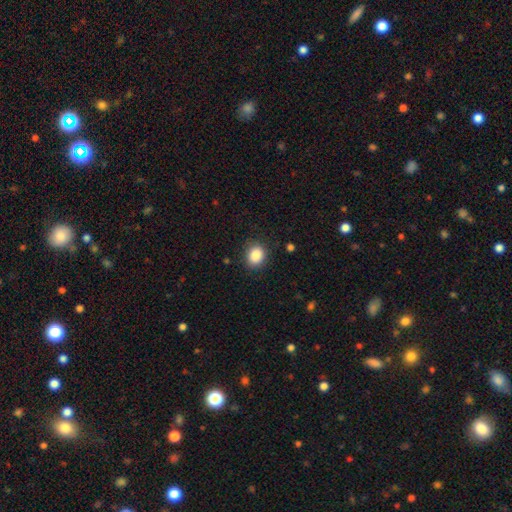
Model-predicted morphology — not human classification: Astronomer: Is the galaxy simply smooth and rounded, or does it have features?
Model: smooth — 87%.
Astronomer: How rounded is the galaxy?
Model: round — 61% (runner-up: in between, 38%).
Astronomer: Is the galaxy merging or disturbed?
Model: none — 86%.